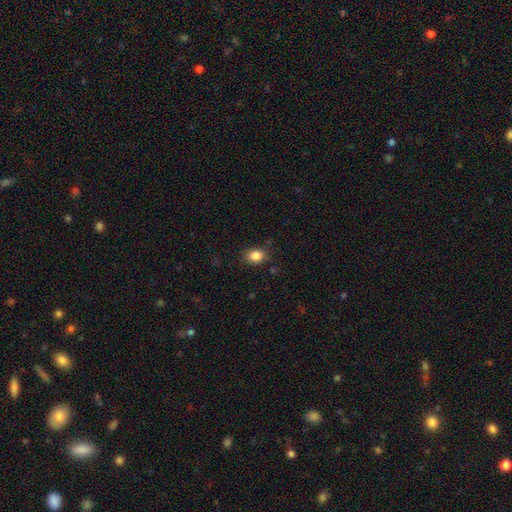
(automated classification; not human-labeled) smooth-or-featured: smooth: 85% | star or artifact: 10% | featured or disk: 5%
  how-rounded: in between: 57% | round: 42% | cigar-shaped: 1%
  merging: none: 81% | minor disturbance: 14% | major disturbance: 4% | merger: 1%